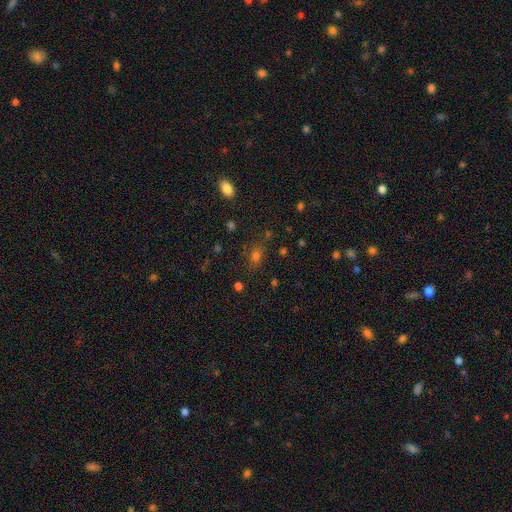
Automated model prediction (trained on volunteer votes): This appears to be a smooth galaxy with no disk features (63%) that is in between round and cigar-shaped (64%). Merging: none (76%).